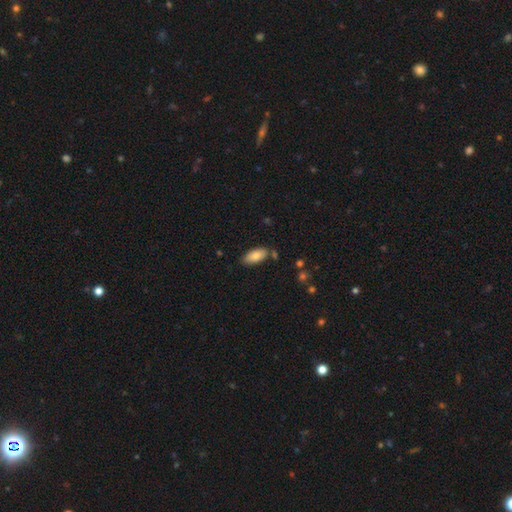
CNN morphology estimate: smooth 83%, featured or disk 10%, star or artifact 7%. Down the decision tree: how rounded — in between (91%); merging — none (79%).